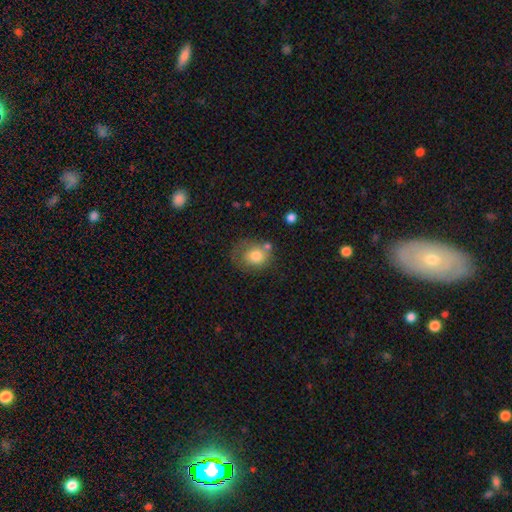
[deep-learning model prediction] Smooth or featured?
  - smooth: 74% *
  - featured or disk: 17%
  - star or artifact: 8%
How rounded?
  - round: 64% *
  - in between: 36%
  - cigar-shaped: 1%
Merging?
  - none: 47% *
  - minor disturbance: 25%
  - major disturbance: 16%
  - merger: 13%